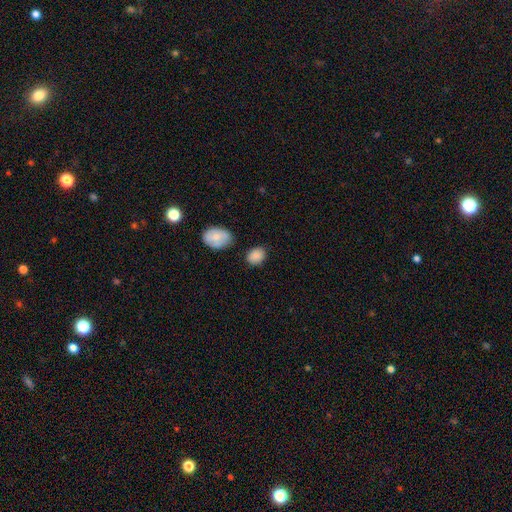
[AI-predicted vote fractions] Morphology: type=smooth (87%); roundness=in between (57%); merging=none (79%).